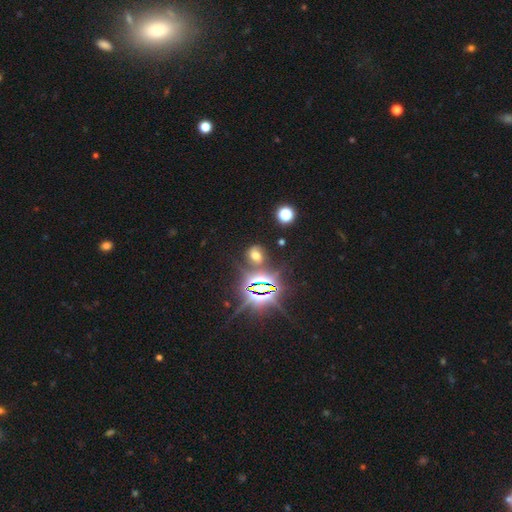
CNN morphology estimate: Smooth or featured? Predicted: star or artifact (p=0.43, tied with smooth).